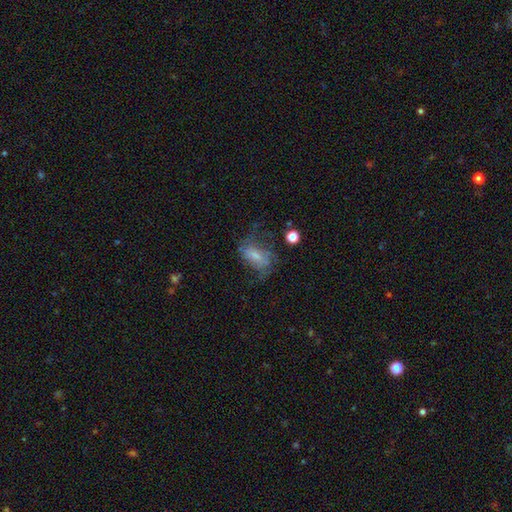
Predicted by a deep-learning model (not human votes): This is possibly a smooth galaxy (45%). Merging: marginally none (39%).